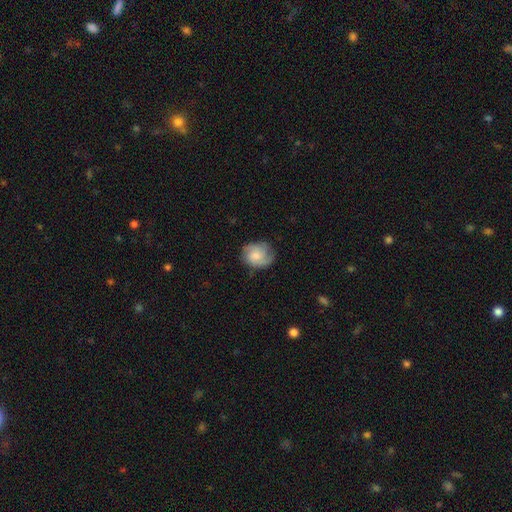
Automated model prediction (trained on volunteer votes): Smooth or featured: featured or disk — 54% (smooth — 38%)
Edge-on disk: no — 97% (yes — 3%)
Bar: no — 72% (weak — 25%)
Spiral arms: yes — 91% (no — 9%)
Bulge size: moderate — 46% (small — 37%)
Merging: none — 72% (minor disturbance — 21%)